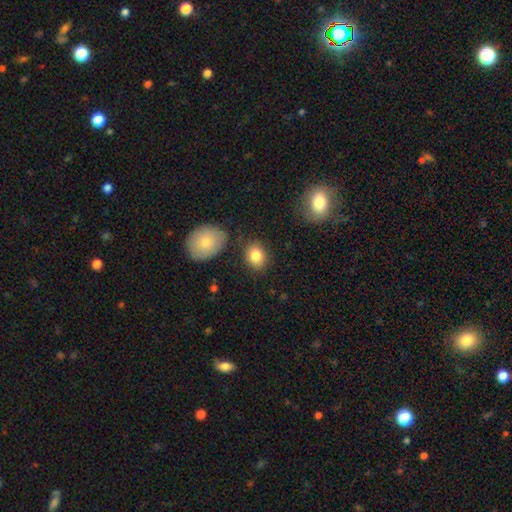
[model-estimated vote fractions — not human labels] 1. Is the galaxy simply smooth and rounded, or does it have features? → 84% smooth, 8% star or artifact, 8% featured or disk.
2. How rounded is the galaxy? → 50% in between, 49% round, 1% cigar-shaped.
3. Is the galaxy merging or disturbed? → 81% none, 11% minor disturbance, 5% merger, 3% major disturbance.